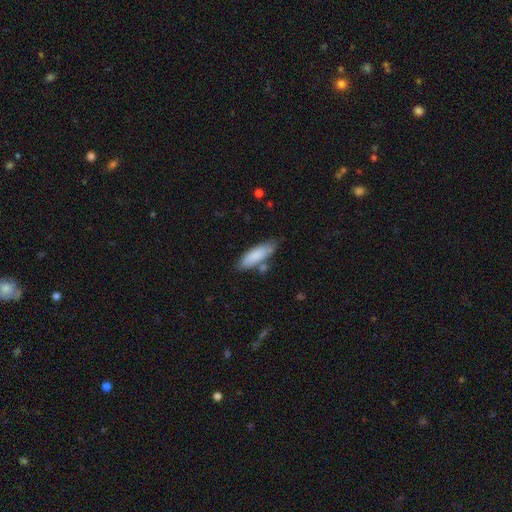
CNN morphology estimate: smooth_or_featured: smooth (p=0.85) [alt: featured or disk p=0.10]
how_rounded: in between (p=0.50) [alt: cigar-shaped p=0.48]
merging: none (p=0.72) [alt: minor disturbance p=0.17]